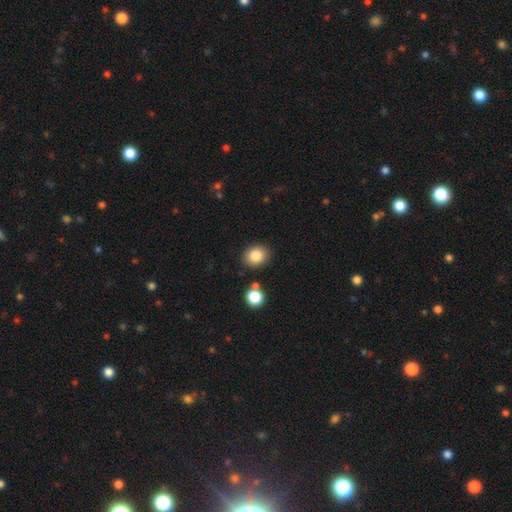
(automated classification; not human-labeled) The model was most divided on "how rounded": round: 64%, in between: 35%, cigar-shaped: 1%. More confident: merging — none (84%); smooth or featured — smooth (84%).